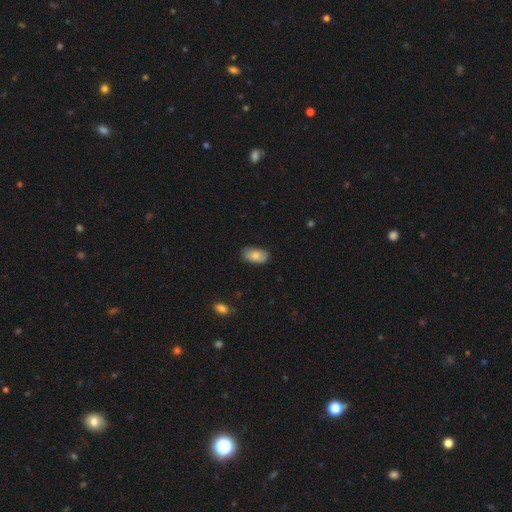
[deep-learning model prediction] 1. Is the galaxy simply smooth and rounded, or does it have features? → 79% smooth, 14% featured or disk, 7% star or artifact.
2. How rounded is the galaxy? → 94% in between, 5% round, 2% cigar-shaped.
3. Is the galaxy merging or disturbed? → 77% none, 19% minor disturbance, 3% major disturbance, 1% merger.